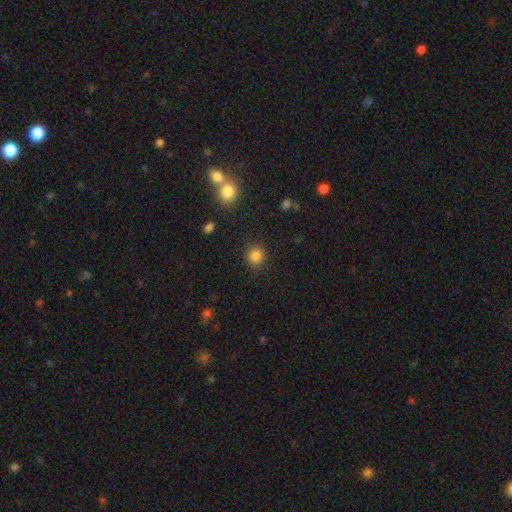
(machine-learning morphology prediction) Q: Smooth or featured?
A: smooth (84%); runner-up: star or artifact (12%)
Q: How rounded?
A: round (89%); runner-up: in between (10%)
Q: Merging?
A: none (89%); runner-up: minor disturbance (7%)